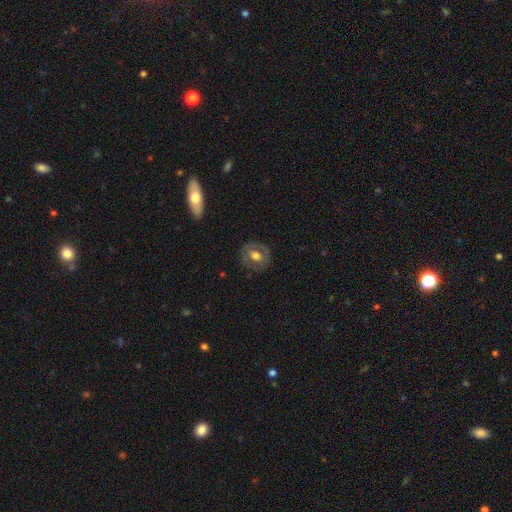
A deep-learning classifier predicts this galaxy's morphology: Smooth or featured: smooth — 49% (featured or disk — 44%)
Merging: none — 82% (minor disturbance — 12%)